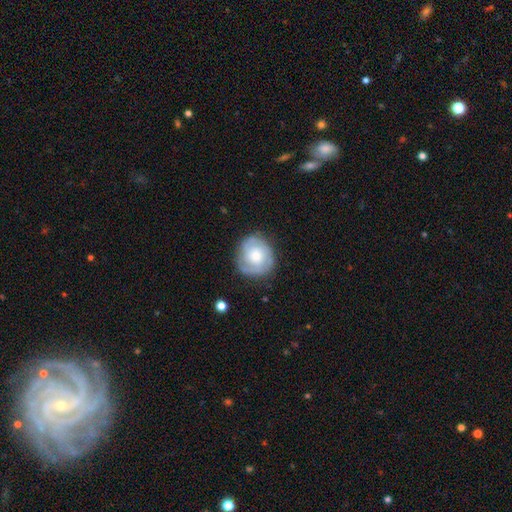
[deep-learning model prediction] Smooth or featured?
  - featured or disk: 65% *
  - smooth: 29%
  - star or artifact: 6%
Edge-on disk?
  - no: 98% *
  - yes: 2%
Bar?
  - no: 79% *
  - weak: 18%
  - strong: 3%
Spiral arms?
  - yes: 85% *
  - no: 15%
Spiral winding?
  - tight: 63% *
  - medium: 29%
  - loose: 8%
Spiral arm count?
  - can't tell: 35% *
  - 2: 27%
  - 3: 23%
  - 1: 6%
  - 4: 5%
  - more than 4: 4%
Bulge size?
  - moderate: 55% *
  - small: 32%
  - large: 9%
  - none: 2%
  - dominant: 2%
Merging?
  - none: 77% *
  - minor disturbance: 16%
  - major disturbance: 6%
  - merger: 1%